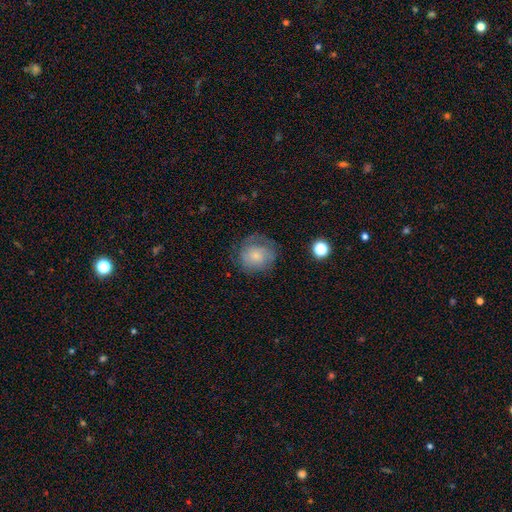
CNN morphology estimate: smooth 59%, featured or disk 32%, star or artifact 9%. Down the decision tree: how rounded — round (84%); merging — none (63%).